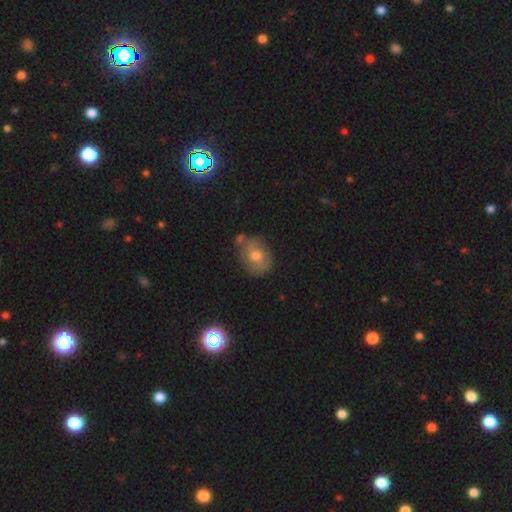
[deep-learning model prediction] A smooth galaxy with no disk features (52%) that is in between round and cigar-shaped (50%).

Vote fractions:
- Smooth or featured? smooth: 52% / featured or disk: 38% / star or artifact: 10%
- How rounded? in between: 50% / round: 49% / cigar-shaped: 1%
- Merging? none: 62% / minor disturbance: 22% / merger: 9% / major disturbance: 6%